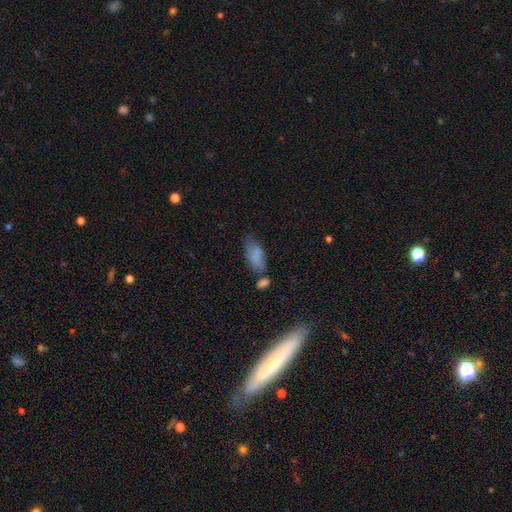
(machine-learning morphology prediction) Q: Smooth or featured?
A: smooth (80%); runner-up: featured or disk (11%)
Q: How rounded?
A: in between (89%); runner-up: cigar-shaped (8%)
Q: Merging?
A: none (44%); runner-up: minor disturbance (26%)